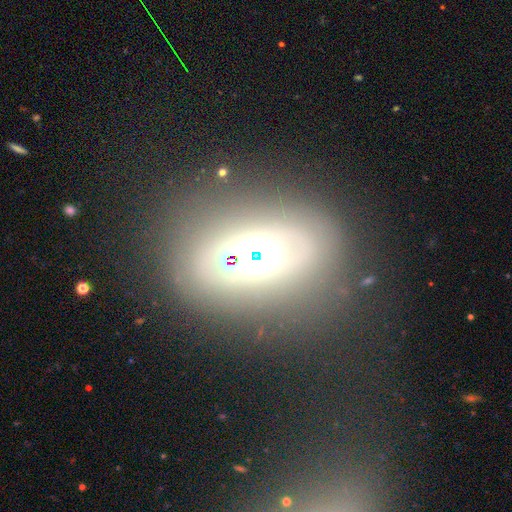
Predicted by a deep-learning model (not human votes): Smooth or featured: featured or disk — 44% (star or artifact — 30%)
Merging: none — 72% (minor disturbance — 14%)